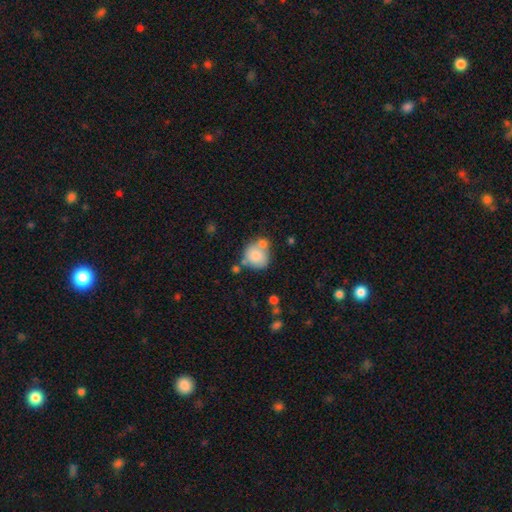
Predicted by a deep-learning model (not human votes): smooth 77%, featured or disk 15%, star or artifact 8%. Down the decision tree: how rounded — round (78%); merging — none (44%).